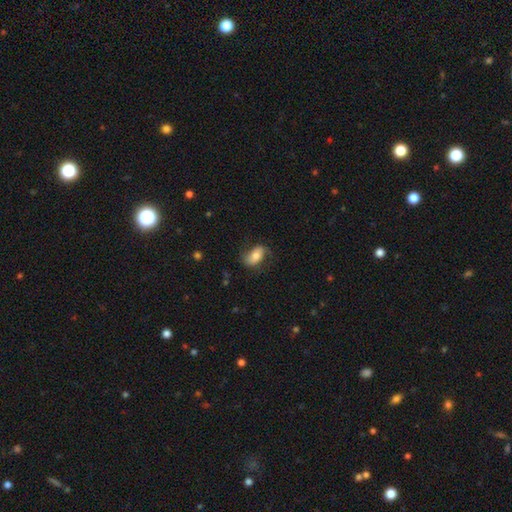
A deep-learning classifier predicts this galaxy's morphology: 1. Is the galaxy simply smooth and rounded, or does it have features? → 57% smooth, 35% featured or disk, 7% star or artifact.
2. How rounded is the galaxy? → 89% in between, 7% round, 5% cigar-shaped.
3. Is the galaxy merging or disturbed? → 66% none, 22% minor disturbance, 11% major disturbance, 1% merger.